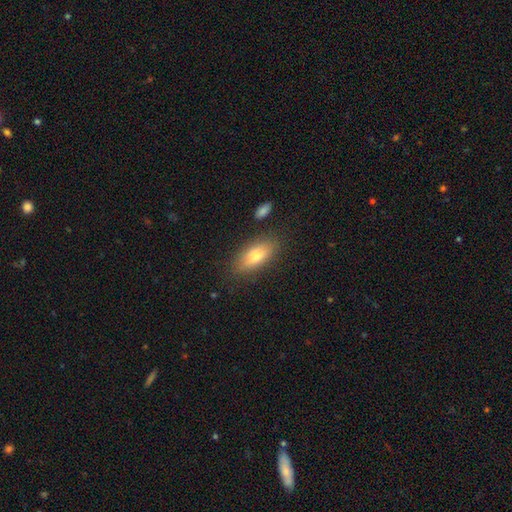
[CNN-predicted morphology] smooth_or_featured: smooth (p=0.70) [alt: featured or disk p=0.22]
how_rounded: in between (p=0.73) [alt: cigar-shaped p=0.23]
merging: none (p=0.81) [alt: minor disturbance p=0.13]